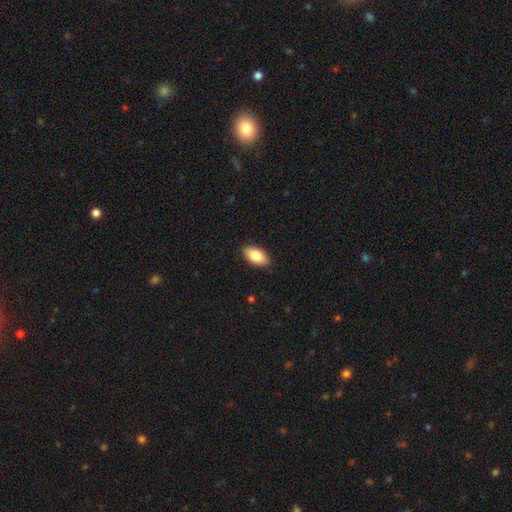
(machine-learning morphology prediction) A smooth galaxy with no disk features (87%) that is in between round and cigar-shaped (95%). Merging: none (89%).